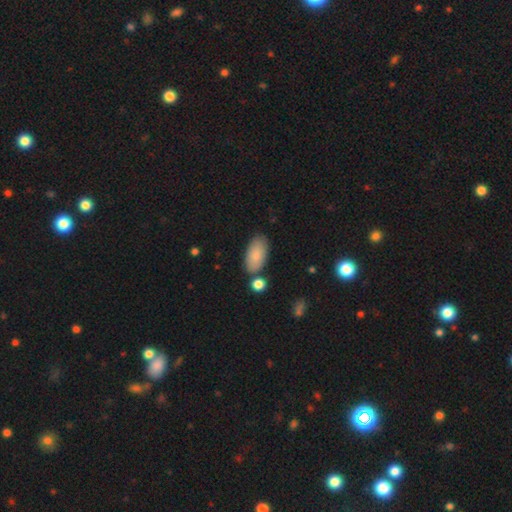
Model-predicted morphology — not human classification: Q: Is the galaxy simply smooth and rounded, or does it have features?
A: smooth — 83%.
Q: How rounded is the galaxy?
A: in between — 94%.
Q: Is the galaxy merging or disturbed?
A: none — 75%.